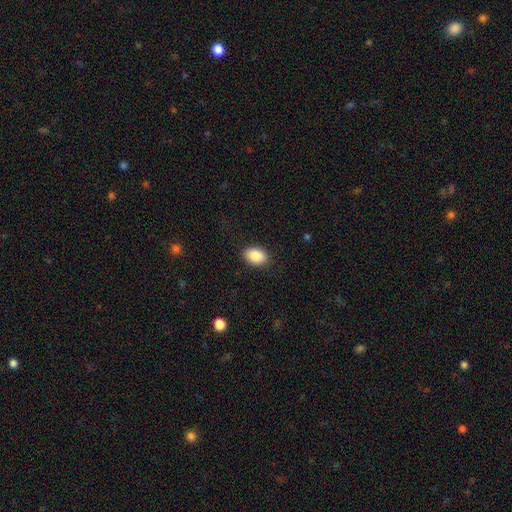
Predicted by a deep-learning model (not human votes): Q: Smooth or featured?
A: smooth (88%); runner-up: star or artifact (7%)
Q: How rounded?
A: in between (85%); runner-up: round (14%)
Q: Merging?
A: none (89%); runner-up: minor disturbance (8%)